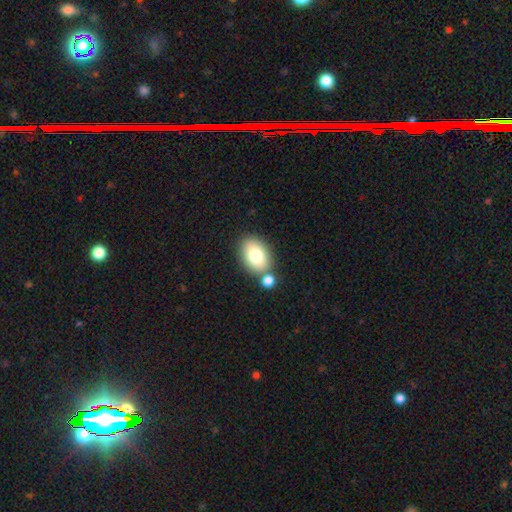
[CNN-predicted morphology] The model was most divided on "merging": none: 67%, merger: 18%, minor disturbance: 11%, major disturbance: 3%. More confident: how rounded — in between (82%); smooth or featured — smooth (77%).